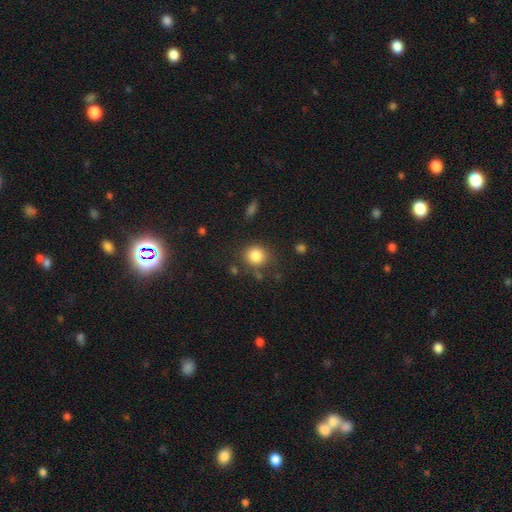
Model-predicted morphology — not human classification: The model was most divided on "merging": none: 78%, minor disturbance: 12%, major disturbance: 5%, merger: 5%. More confident: smooth or featured — smooth (84%); how rounded — round (83%).